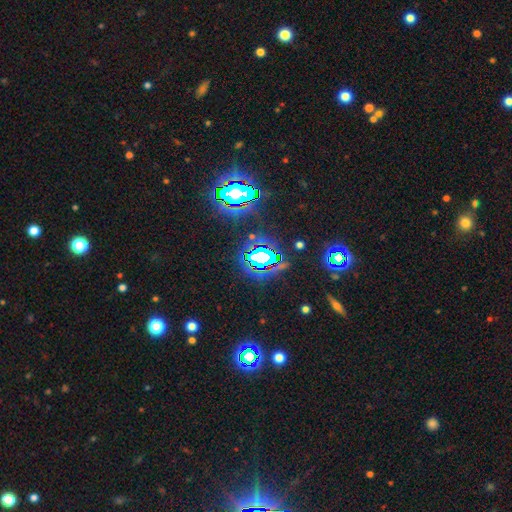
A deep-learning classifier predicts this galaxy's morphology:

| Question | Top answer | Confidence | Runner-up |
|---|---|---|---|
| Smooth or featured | star or artifact | 78% | smooth (13%) |